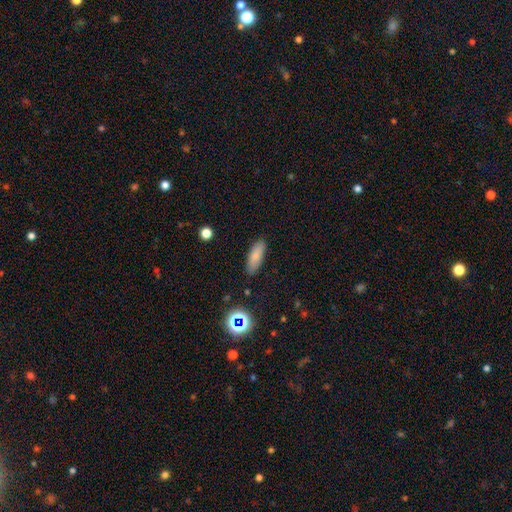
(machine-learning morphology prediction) A smooth galaxy with no disk features (80%) that is in between round and cigar-shaped (64%). Merging: none (86%).